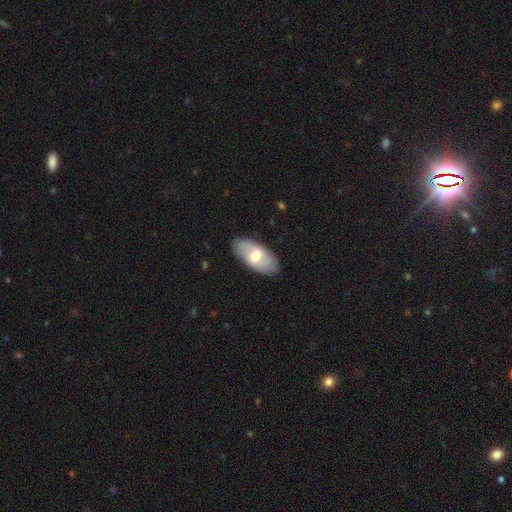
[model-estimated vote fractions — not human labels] Morphology: type=smooth (55%); roundness=in between (92%); merging=none (85%).